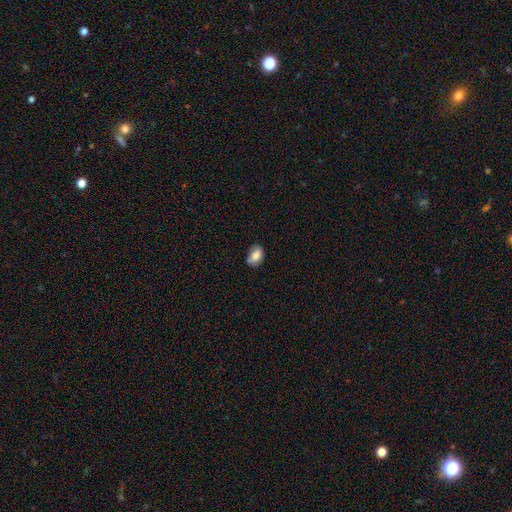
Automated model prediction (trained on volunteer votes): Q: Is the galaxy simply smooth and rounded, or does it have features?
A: smooth — 79%.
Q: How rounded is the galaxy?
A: in between — 78%.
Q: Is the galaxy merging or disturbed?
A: none — 66%.